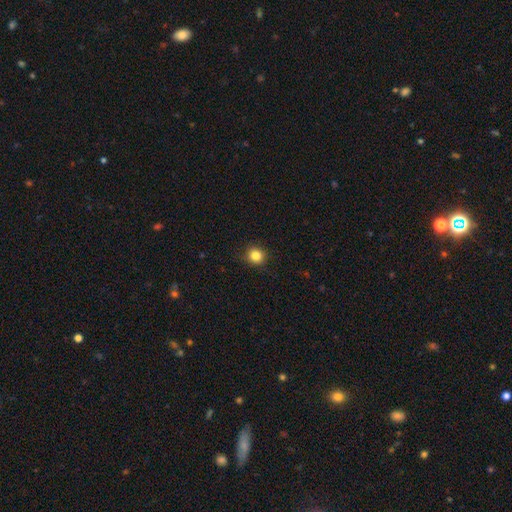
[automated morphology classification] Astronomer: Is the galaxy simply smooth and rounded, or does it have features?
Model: smooth — 84%.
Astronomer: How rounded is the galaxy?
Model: round — 89%.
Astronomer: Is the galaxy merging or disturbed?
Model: none — 90%.